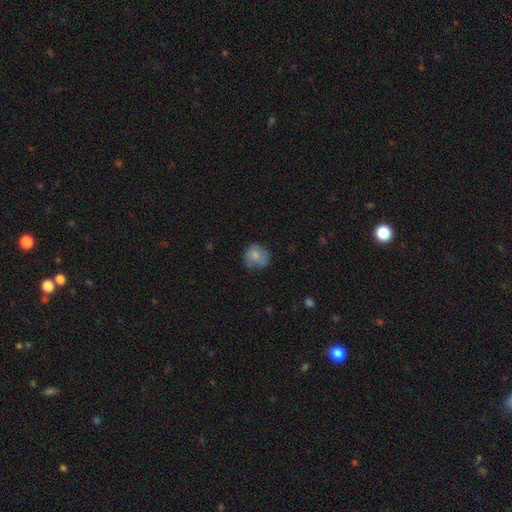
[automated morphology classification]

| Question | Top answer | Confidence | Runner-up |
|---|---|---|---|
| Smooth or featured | smooth | 72% | featured or disk (19%) |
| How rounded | round | 77% | in between (22%) |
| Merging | none | 59% | minor disturbance (29%) |